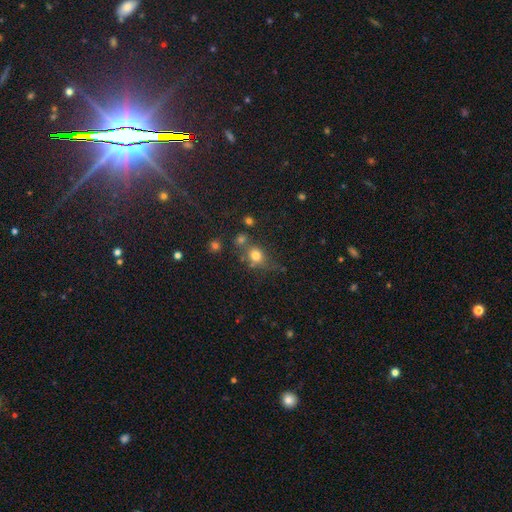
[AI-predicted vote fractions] Morphology: type=smooth (75%); roundness=round (67%); merging=none (55%).